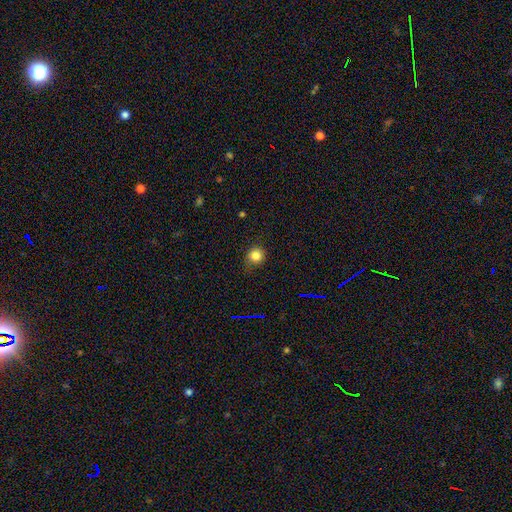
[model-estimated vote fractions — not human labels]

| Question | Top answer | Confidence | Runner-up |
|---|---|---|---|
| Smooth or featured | smooth | 82% | star or artifact (13%) |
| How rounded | round | 86% | in between (13%) |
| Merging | none | 79% | minor disturbance (16%) |